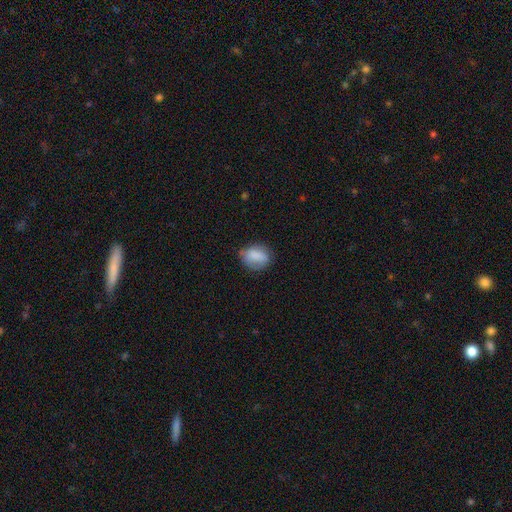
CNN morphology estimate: This appears to be a smooth galaxy with no disk features (79%) that is in between round and cigar-shaped (64%). Merging: none (62%).